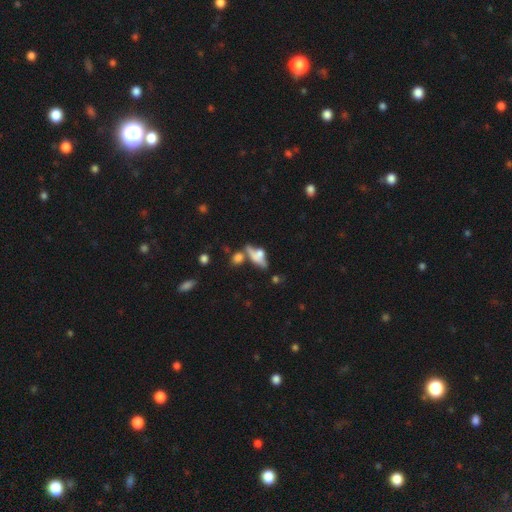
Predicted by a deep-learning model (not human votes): This appears to be a smooth galaxy with no disk features (40%). Merging: merger (37%, tied with none).